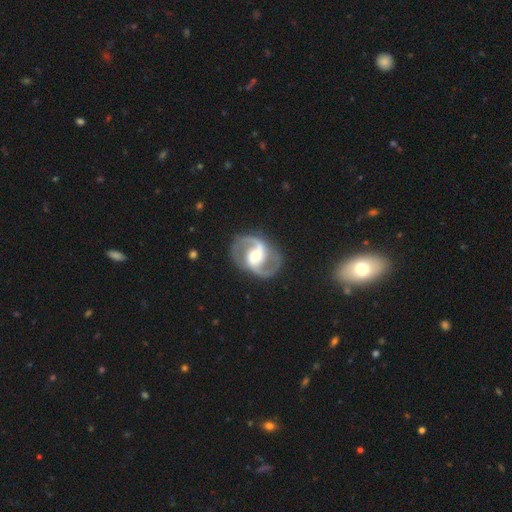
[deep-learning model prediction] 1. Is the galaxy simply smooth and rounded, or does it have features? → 91% featured or disk, 5% smooth, 4% star or artifact.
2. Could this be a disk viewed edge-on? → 98% no, 2% yes.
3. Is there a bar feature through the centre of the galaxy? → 40% weak, 36% strong, 25% no.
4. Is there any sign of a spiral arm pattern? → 97% yes, 3% no.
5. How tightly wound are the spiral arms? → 58% medium, 27% loose, 14% tight.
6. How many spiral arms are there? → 94% 2, 2% can't tell, 1% 1, 1% 3, 1% 4, 1% more than 4.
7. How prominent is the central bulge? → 62% moderate, 24% small, 11% large, 1% dominant, 1% none.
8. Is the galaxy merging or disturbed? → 85% none, 10% minor disturbance, 4% major disturbance, 1% merger.